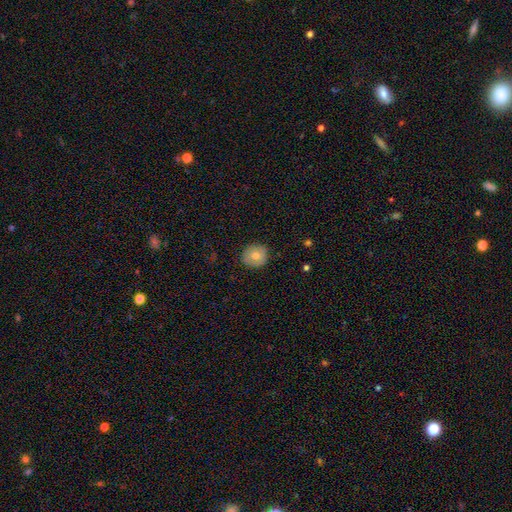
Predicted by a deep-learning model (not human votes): Q: Smooth or featured?
A: smooth (73%); runner-up: featured or disk (19%)
Q: How rounded?
A: round (90%); runner-up: in between (9%)
Q: Merging?
A: none (88%); runner-up: minor disturbance (9%)